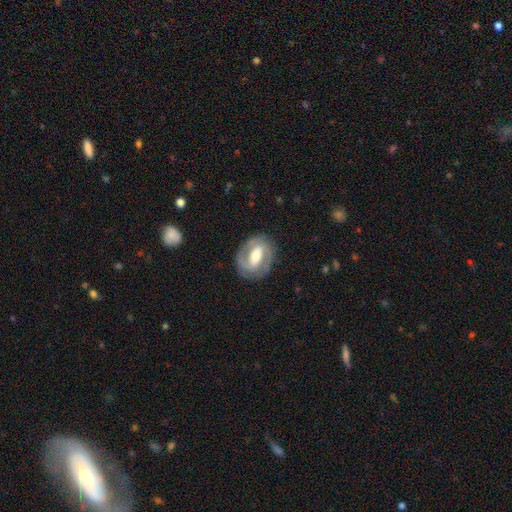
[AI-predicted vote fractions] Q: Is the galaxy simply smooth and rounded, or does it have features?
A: featured or disk — 80%.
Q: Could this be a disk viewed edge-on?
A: no — 96%.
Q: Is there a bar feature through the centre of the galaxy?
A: strong — 54%.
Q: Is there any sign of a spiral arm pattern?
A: yes — 83%.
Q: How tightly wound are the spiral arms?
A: tight — 46%.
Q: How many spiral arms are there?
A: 2 — 86%.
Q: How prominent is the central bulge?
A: moderate — 60%.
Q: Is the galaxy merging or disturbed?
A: none — 83%.